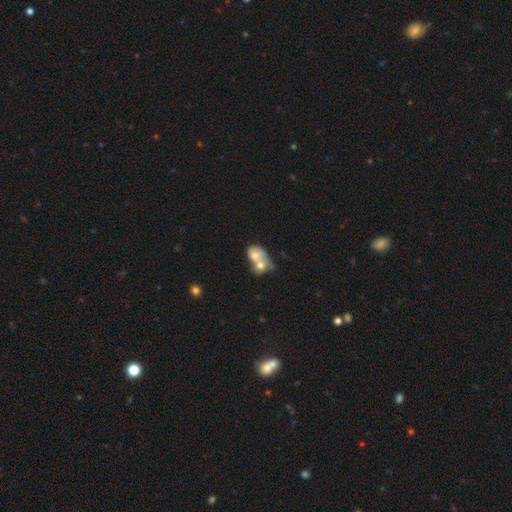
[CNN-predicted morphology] smooth-or-featured: smooth: 65% | featured or disk: 27% | star or artifact: 7%
  how-rounded: in between: 57% | round: 42% | cigar-shaped: 1%
  merging: merger: 80% | none: 11% | minor disturbance: 5% | major disturbance: 4%